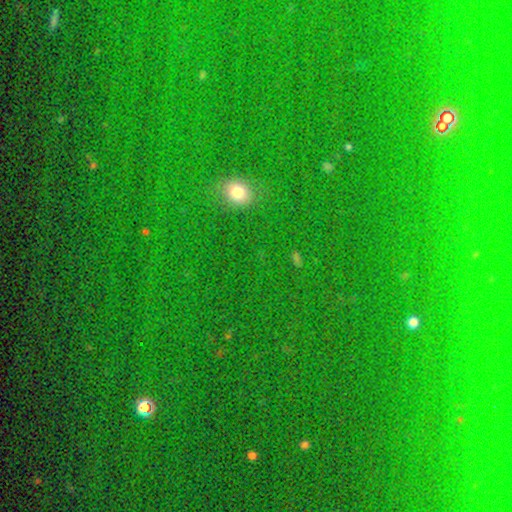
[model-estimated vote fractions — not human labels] The model was most divided on "smooth or featured": smooth: 53%, star or artifact: 40%, featured or disk: 8%. More confident: merging — none (85%); how rounded — in between (69%).